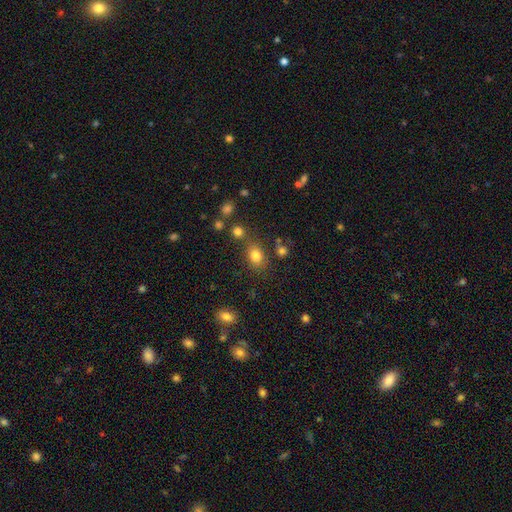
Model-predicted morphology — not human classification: This is clearly a smooth galaxy (81%). How rounded: possibly in between (58%). Merging: likely none (70%).